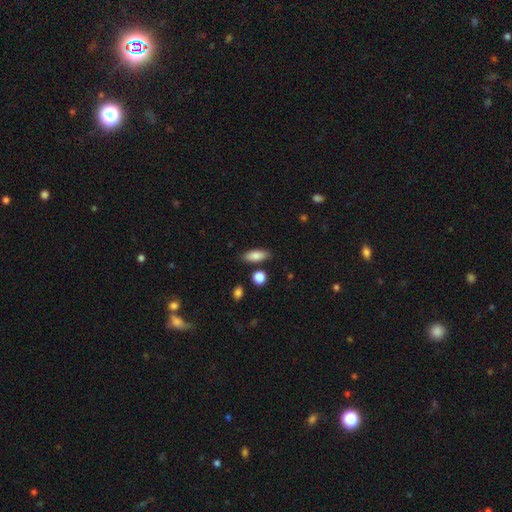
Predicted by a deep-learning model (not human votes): This is clearly a smooth galaxy (84%). How rounded: likely in between (73%). Merging: clearly none (83%).